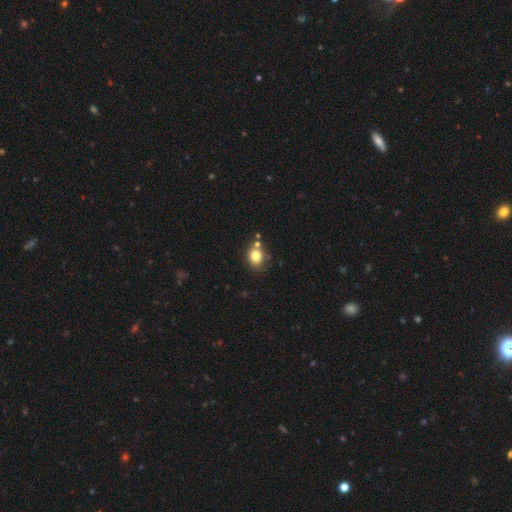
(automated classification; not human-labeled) Smooth or featured? smooth (80%)
How rounded? round (57%)
Merging? none (69%)